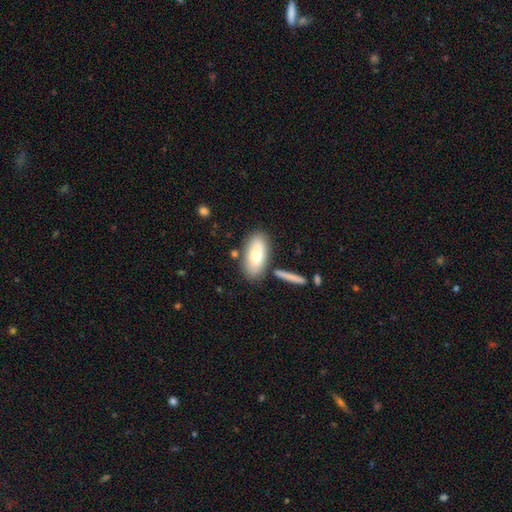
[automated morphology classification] A smooth galaxy with no disk features (67%) that is in between round and cigar-shaped (91%). Merging: none (73%).